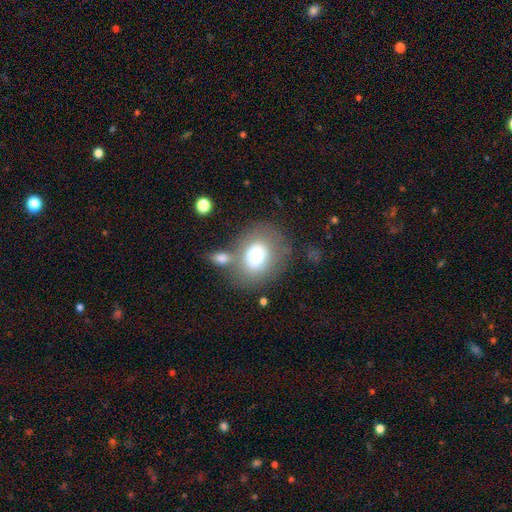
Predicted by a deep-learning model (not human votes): Smooth or featured: smooth — 73% (featured or disk — 19%)
How rounded: in between — 54% (round — 45%)
Merging: none — 53% (merger — 21%)